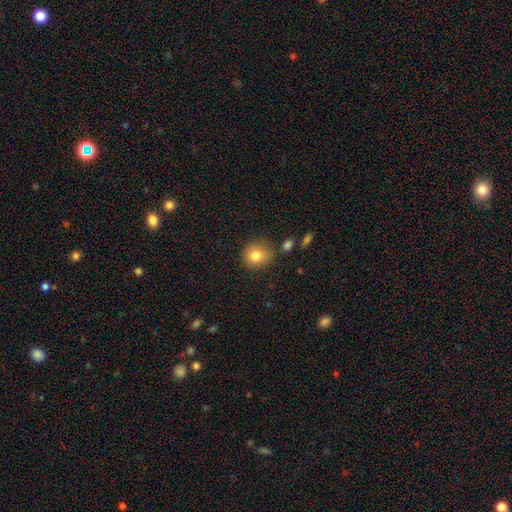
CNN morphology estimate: Smooth or featured? smooth (81%)
How rounded? round (85%)
Merging? none (79%)